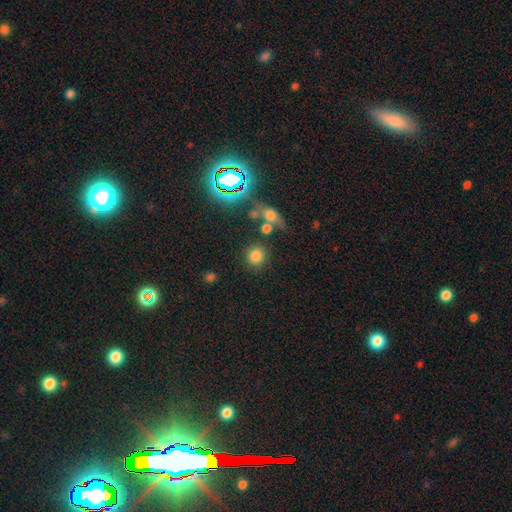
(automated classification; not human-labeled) Smooth or featured?
  - smooth: 77% *
  - star or artifact: 16%
  - featured or disk: 7%
How rounded?
  - round: 85% *
  - in between: 14%
  - cigar-shaped: 2%
Merging?
  - none: 77% *
  - minor disturbance: 9%
  - merger: 8%
  - major disturbance: 5%